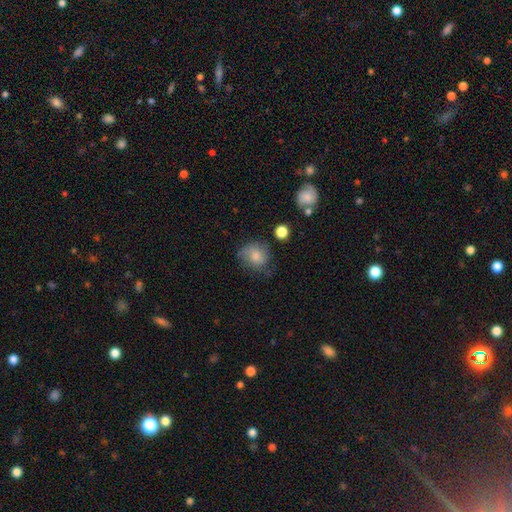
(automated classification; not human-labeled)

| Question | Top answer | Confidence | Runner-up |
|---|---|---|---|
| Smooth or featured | smooth | 70% | featured or disk (20%) |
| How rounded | round | 73% | in between (26%) |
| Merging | none | 55% | minor disturbance (29%) |